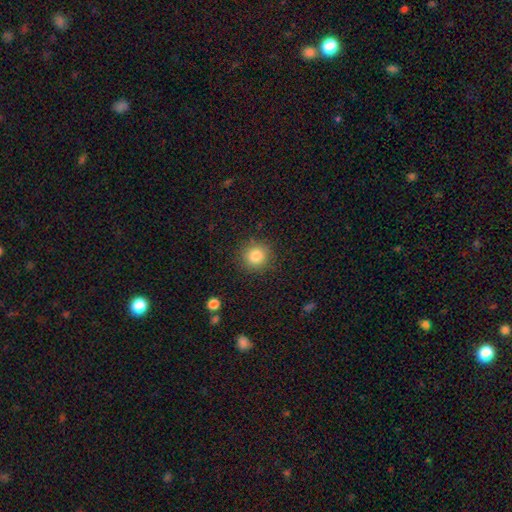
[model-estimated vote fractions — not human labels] Overall: smooth (83%). How rounded: round (92%). Merging: none (88%).